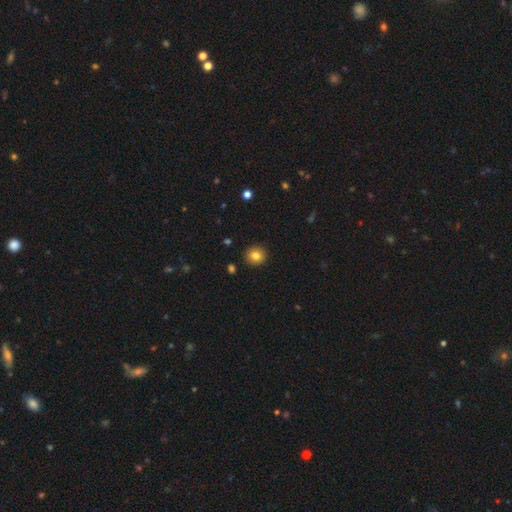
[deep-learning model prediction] This appears to be a smooth galaxy with no disk features (82%) that is round (91%). Merging: none (91%).